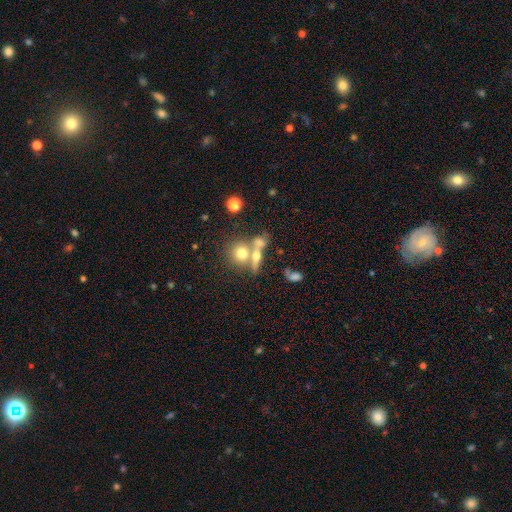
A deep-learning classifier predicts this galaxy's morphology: smooth-or-featured: smooth: 58% | featured or disk: 28% | star or artifact: 13%
  how-rounded: round: 57% | in between: 30% | cigar-shaped: 13%
  merging: merger: 44% | none: 41% | minor disturbance: 9% | major disturbance: 6%